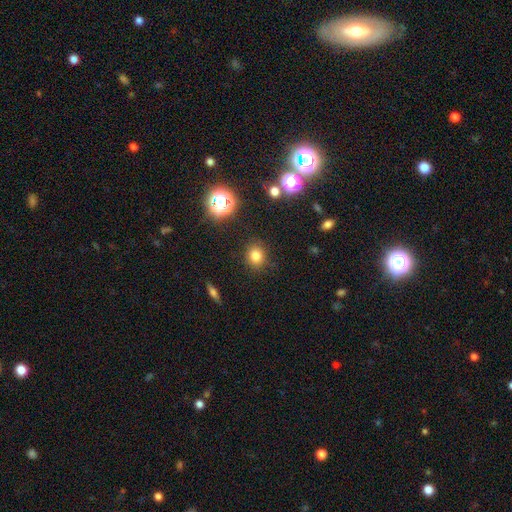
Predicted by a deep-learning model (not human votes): smooth_or_featured: smooth (p=0.77) [alt: star or artifact p=0.16]
how_rounded: round (p=0.75) [alt: in between p=0.24]
merging: none (p=0.88) [alt: minor disturbance p=0.08]